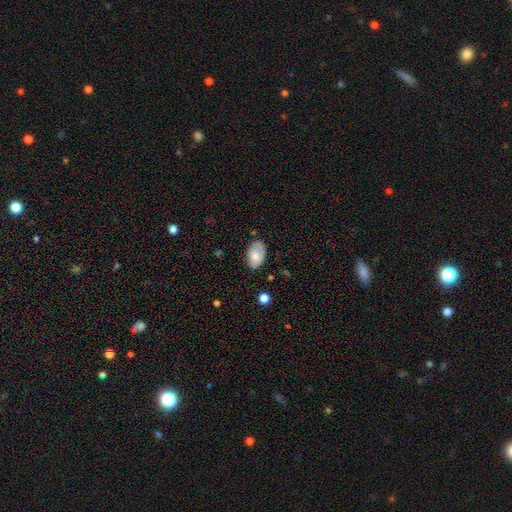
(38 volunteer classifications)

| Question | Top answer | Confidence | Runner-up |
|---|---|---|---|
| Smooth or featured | smooth | 82% | featured or disk (13%) |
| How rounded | in between | 97% | round (3%) |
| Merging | none | 69% | minor disturbance (28%) |